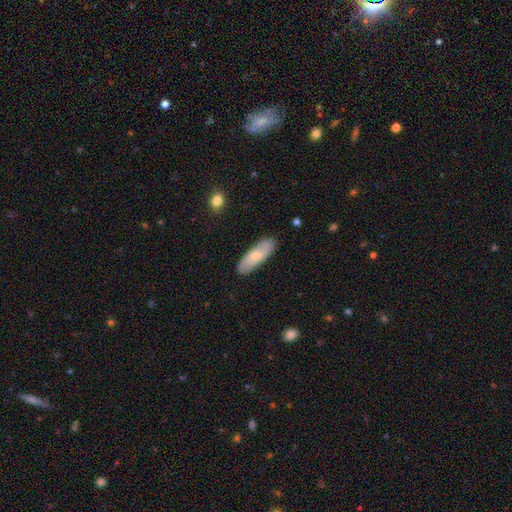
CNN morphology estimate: Overall: smooth (61%; featured or disk 33%). How rounded: in between (61%; cigar-shaped 37%). Merging: none (85%).